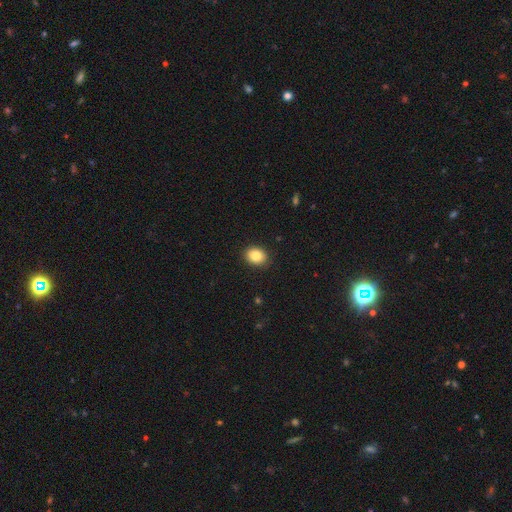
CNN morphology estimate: The model was most divided on "how rounded": in between: 53%, round: 46%, cigar-shaped: 1%. More confident: merging — none (89%); smooth or featured — smooth (84%).